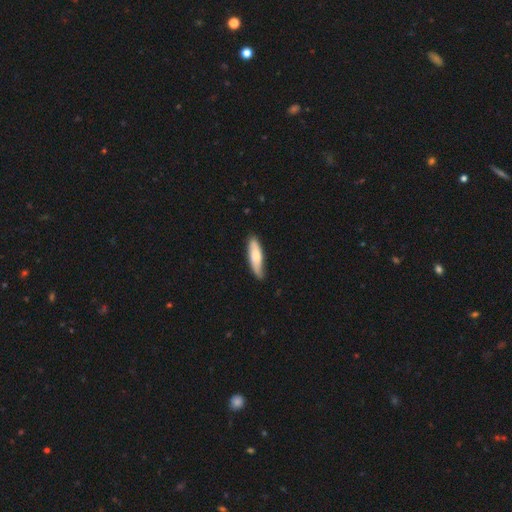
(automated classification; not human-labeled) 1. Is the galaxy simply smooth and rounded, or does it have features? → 68% smooth, 27% featured or disk, 5% star or artifact.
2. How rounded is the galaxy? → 64% cigar-shaped, 34% in between, 2% round.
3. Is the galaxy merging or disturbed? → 74% none, 22% minor disturbance, 3% major disturbance, 2% merger.